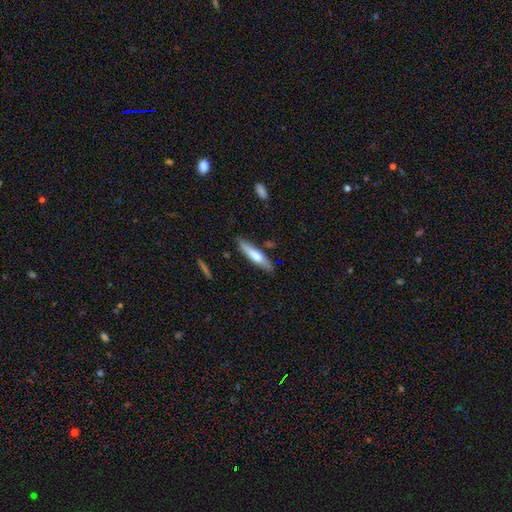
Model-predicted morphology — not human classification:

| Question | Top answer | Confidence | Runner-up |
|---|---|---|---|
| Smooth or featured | smooth | 61% | featured or disk (34%) |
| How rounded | cigar-shaped | 81% | in between (17%) |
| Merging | none | 79% | minor disturbance (15%) |